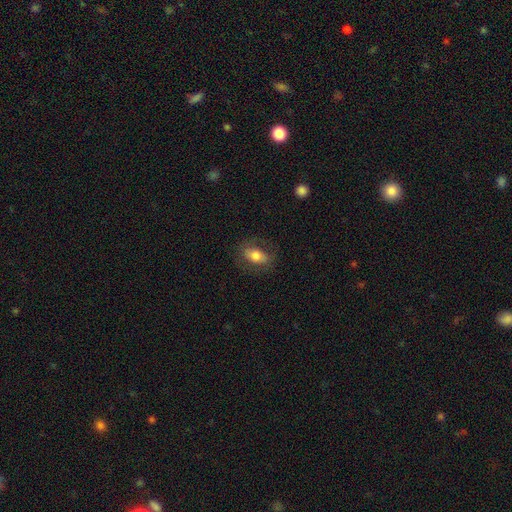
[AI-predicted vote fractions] Overall: smooth (68%). How rounded: in between (84%). Merging: none (75%).